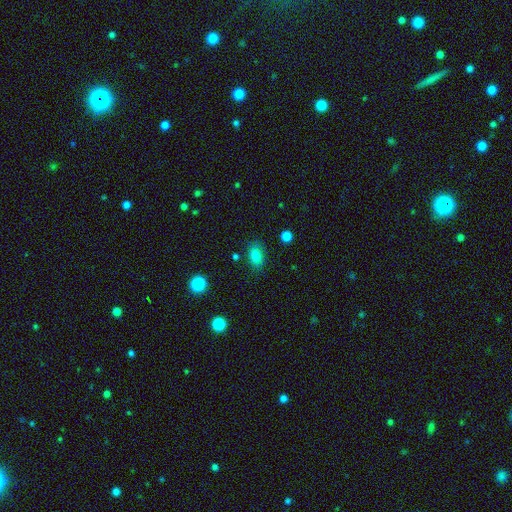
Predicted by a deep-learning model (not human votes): smooth 83%, star or artifact 10%, featured or disk 7%. Down the decision tree: how rounded — in between (86%); merging — none (81%).